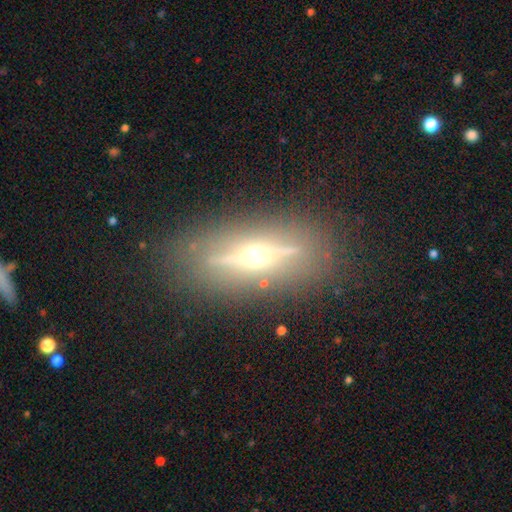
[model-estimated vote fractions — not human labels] Smooth or featured? Predicted: featured or disk (p=0.75). Edge-on disk? Predicted: yes (p=0.88). Edge-on bulge? Predicted: rounded (p=0.95). Merging? Predicted: none (p=0.84).